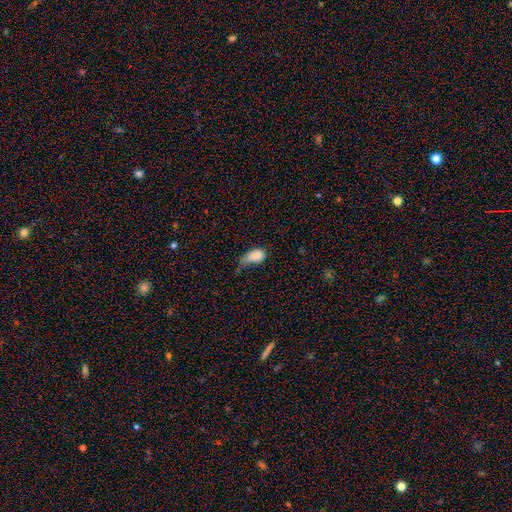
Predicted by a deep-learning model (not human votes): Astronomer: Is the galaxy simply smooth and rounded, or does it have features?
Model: smooth — 82%.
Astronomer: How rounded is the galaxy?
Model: in between — 91%.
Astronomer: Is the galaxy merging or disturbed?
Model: major disturbance — 38% (runner-up: minor disturbance, 37%).